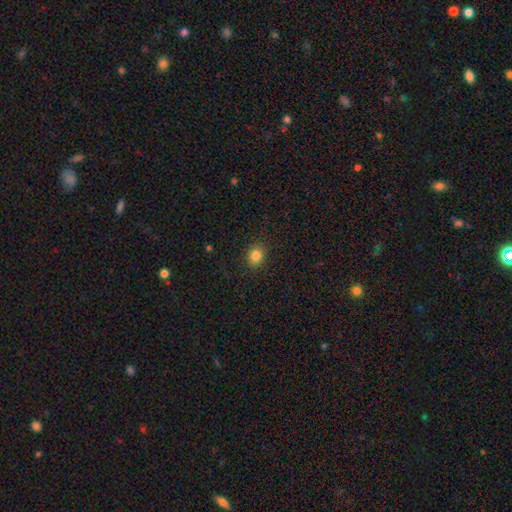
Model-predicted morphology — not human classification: Smooth or featured? smooth (84%)
How rounded? round (68%)
Merging? none (88%)